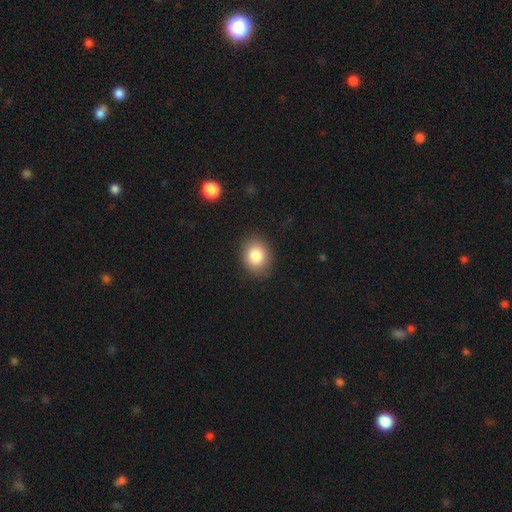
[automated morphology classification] Smooth or featured?
  - smooth: 83% *
  - star or artifact: 9%
  - featured or disk: 7%
How rounded?
  - round: 53% *
  - in between: 47%
  - cigar-shaped: 1%
Merging?
  - none: 88% *
  - minor disturbance: 8%
  - major disturbance: 2%
  - merger: 1%